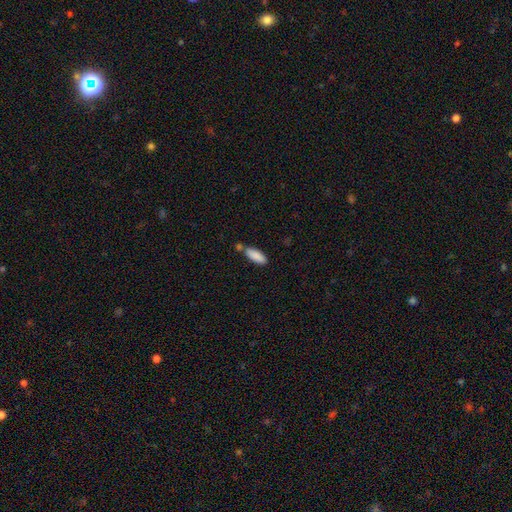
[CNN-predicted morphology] This is clearly a smooth galaxy (88%). How rounded: likely in between (67%). Merging: likely none (62%).